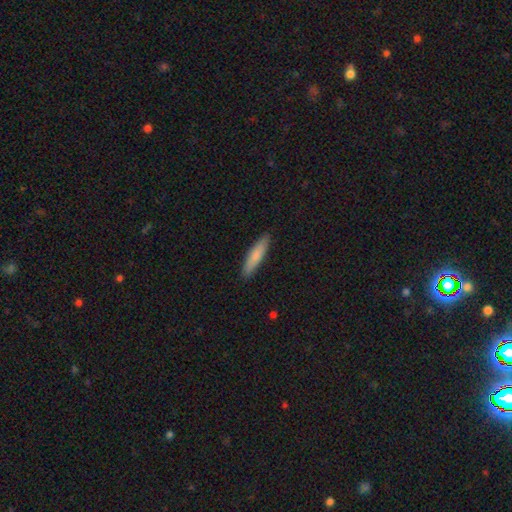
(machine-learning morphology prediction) Smooth or featured: smooth — 79% (featured or disk — 16%)
How rounded: cigar-shaped — 81% (in between — 17%)
Merging: none — 90% (minor disturbance — 8%)